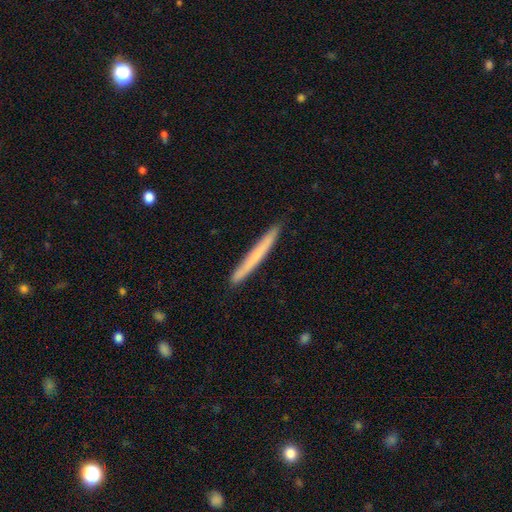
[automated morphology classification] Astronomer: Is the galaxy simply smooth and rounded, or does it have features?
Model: smooth — 59% (runner-up: featured or disk, 35%).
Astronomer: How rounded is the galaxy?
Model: cigar-shaped — 97%.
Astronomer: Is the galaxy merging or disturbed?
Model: none — 90%.